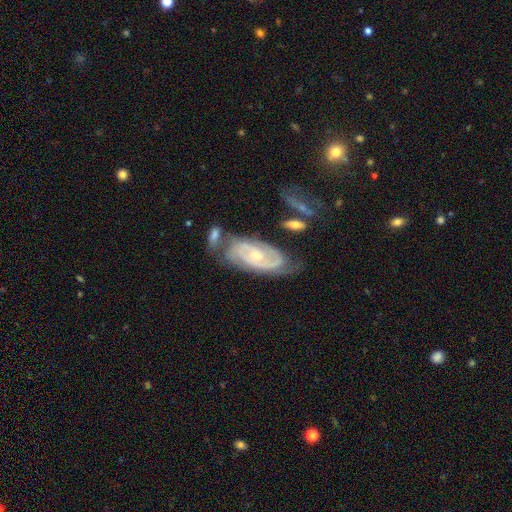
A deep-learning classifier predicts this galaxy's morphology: Overall: featured or disk (85%). Edge-on disk: no (94%). Bar: no (62%; weak 30%). Spiral arms: yes (96%). Spiral arm count: 2 (61%). Spiral winding: tight (61%; medium 32%). Bulge size: small (58%; moderate 39%). Merging: none (57%; minor disturbance 22%).